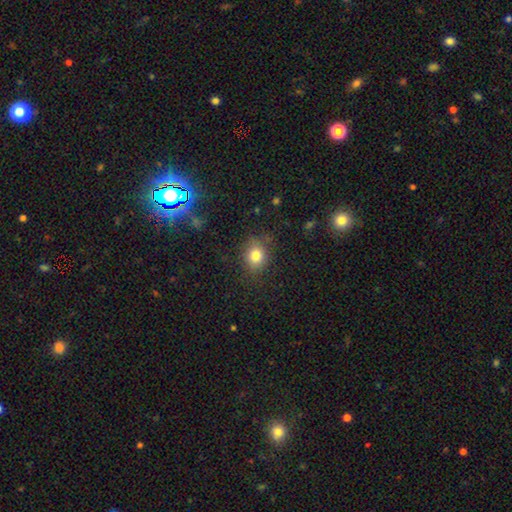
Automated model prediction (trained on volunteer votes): The model was most divided on "how rounded": round: 65%, in between: 34%, cigar-shaped: 1%. More confident: smooth or featured — smooth (80%); merging — none (80%).